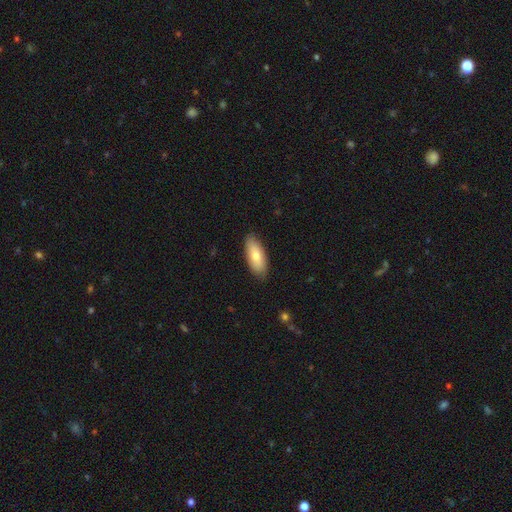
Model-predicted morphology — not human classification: type=smooth (75%); roundness=in between (83%); merging=none (86%).